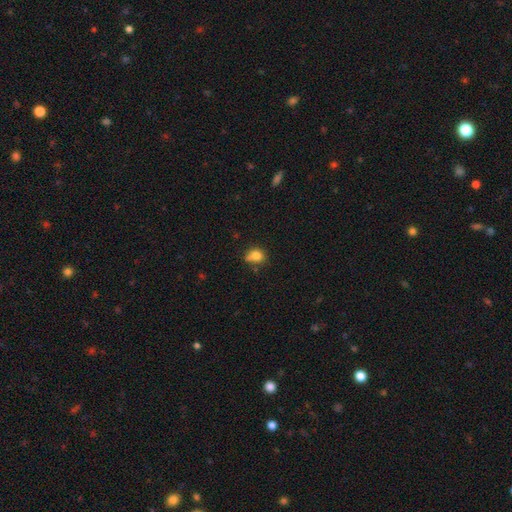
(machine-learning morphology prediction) Smooth or featured? Predicted: smooth (p=0.80). How rounded? Predicted: round (p=0.61). Merging? Predicted: none (p=0.52).